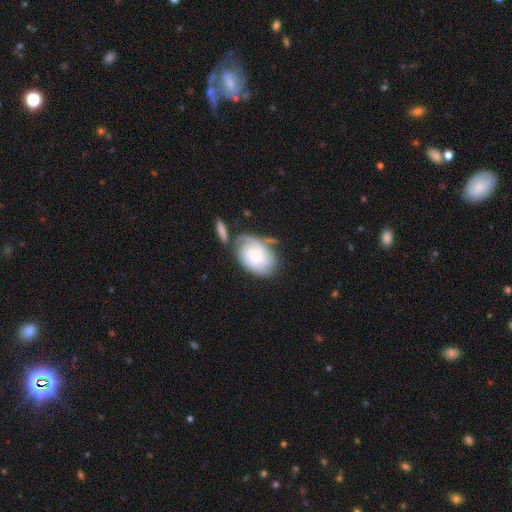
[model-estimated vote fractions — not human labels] This appears to be a featured or disk galaxy (57%) with no bar (69%), spiral arms (86%) and a small central bulge (40%). Merging: none (45%).